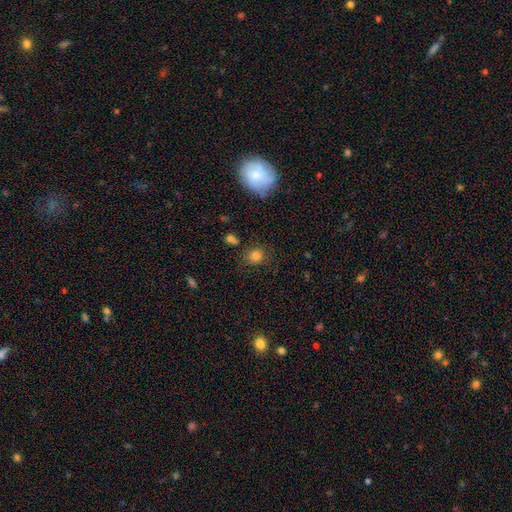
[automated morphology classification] Smooth or featured? Predicted: smooth (p=0.77). How rounded? Predicted: round (p=0.74). Merging? Predicted: none (p=0.75).